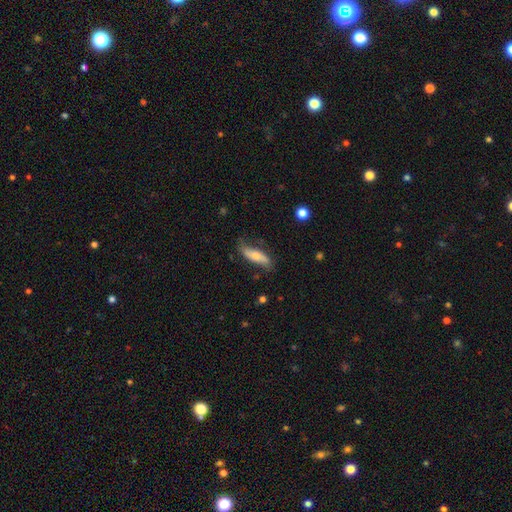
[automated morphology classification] Smooth or featured?
  - smooth: 54% *
  - featured or disk: 40%
  - star or artifact: 6%
How rounded?
  - cigar-shaped: 54% *
  - in between: 43%
  - round: 3%
Merging?
  - none: 68% *
  - minor disturbance: 24%
  - major disturbance: 6%
  - merger: 2%